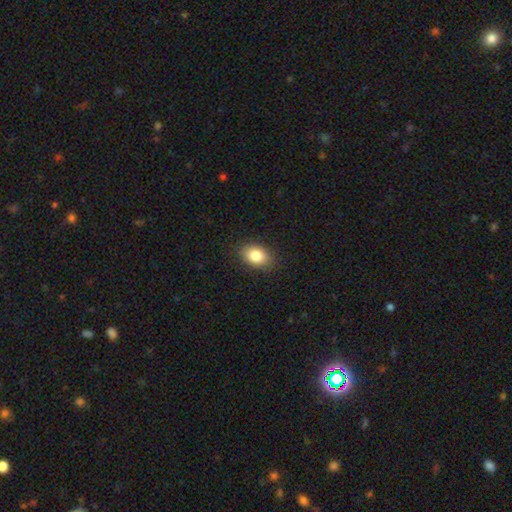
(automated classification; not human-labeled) This appears to be a smooth galaxy with no disk features (84%) that is in between round and cigar-shaped (80%). Merging: none (87%).